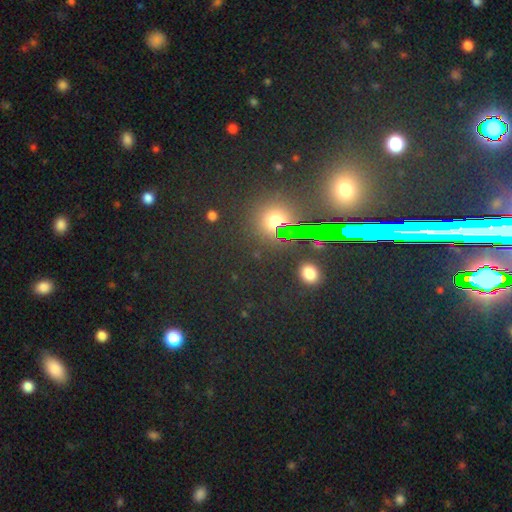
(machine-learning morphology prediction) A star or artifact, not a galaxy (66%).